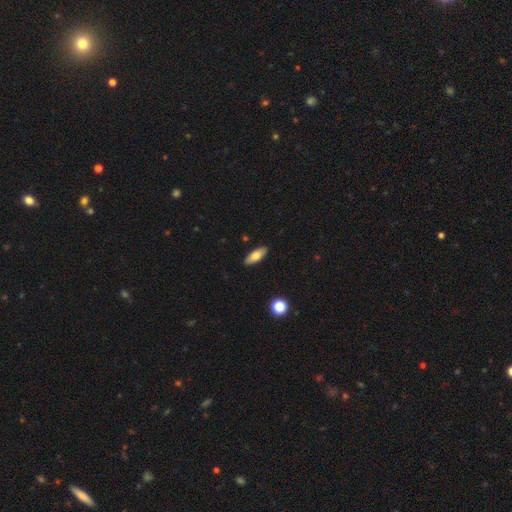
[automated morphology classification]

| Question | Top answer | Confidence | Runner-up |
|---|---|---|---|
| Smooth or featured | smooth | 72% | featured or disk (21%) |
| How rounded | in between | 78% | cigar-shaped (19%) |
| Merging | none | 90% | minor disturbance (7%) |